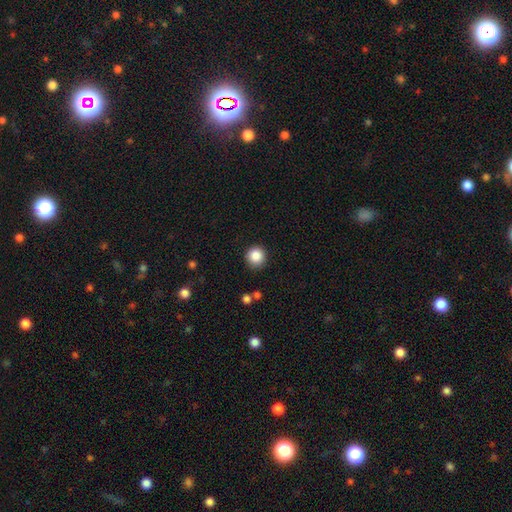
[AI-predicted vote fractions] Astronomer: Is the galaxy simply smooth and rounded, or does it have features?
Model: smooth — 87%.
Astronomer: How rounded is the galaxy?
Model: round — 95%.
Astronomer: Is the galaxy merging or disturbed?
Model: none — 89%.